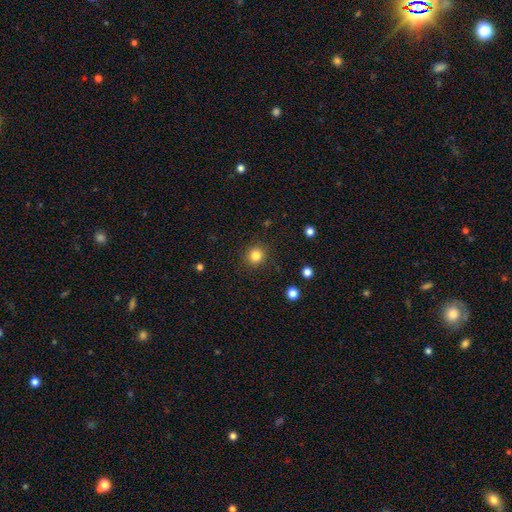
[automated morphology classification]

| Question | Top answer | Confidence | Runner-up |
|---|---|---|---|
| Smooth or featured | smooth | 83% | star or artifact (12%) |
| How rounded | round | 90% | in between (9%) |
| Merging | none | 89% | minor disturbance (7%) |